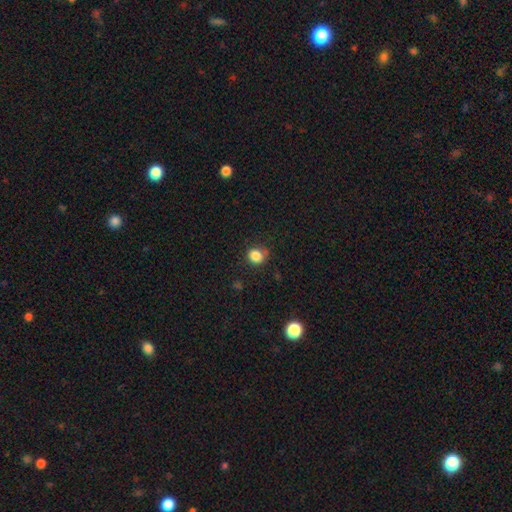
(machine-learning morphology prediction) This is clearly a smooth galaxy (85%). How rounded: likely round (80%). Merging: likely none (78%).